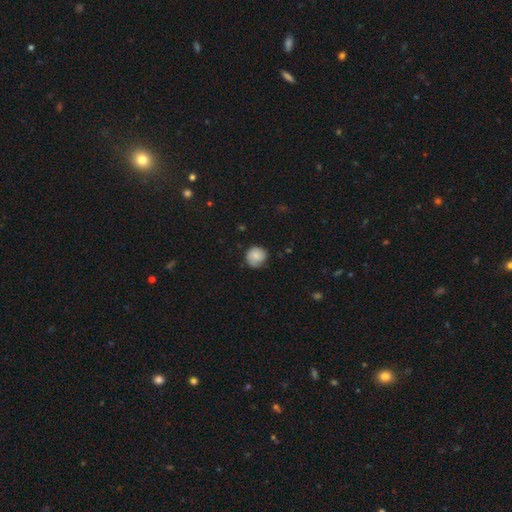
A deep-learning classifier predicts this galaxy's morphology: smooth-or-featured: smooth: 79% | featured or disk: 13% | star or artifact: 7%
  how-rounded: round: 87% | in between: 12% | cigar-shaped: 1%
  merging: none: 70% | minor disturbance: 23% | major disturbance: 5% | merger: 1%